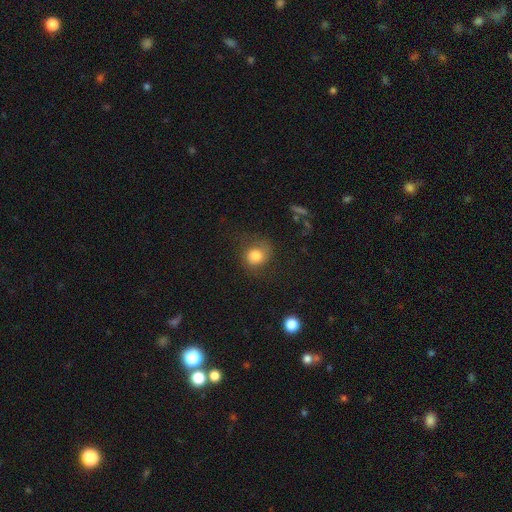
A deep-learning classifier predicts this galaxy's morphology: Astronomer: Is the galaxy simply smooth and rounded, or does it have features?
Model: smooth — 74%.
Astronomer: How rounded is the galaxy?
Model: round — 71%.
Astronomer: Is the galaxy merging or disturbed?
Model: none — 57%.